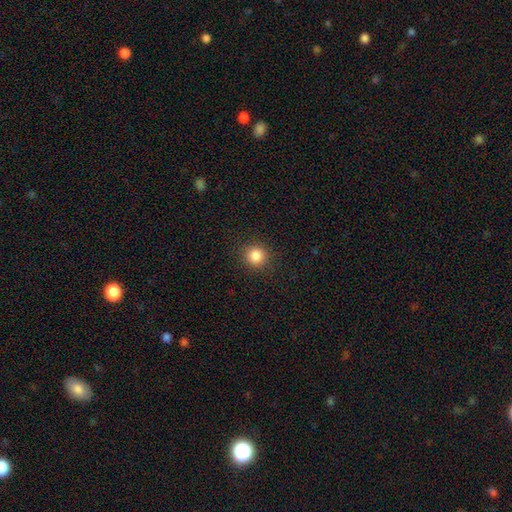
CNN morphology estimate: The model was most divided on "smooth or featured": smooth: 85%, star or artifact: 11%, featured or disk: 4%. More confident: how rounded — round (93%); merging — none (91%).